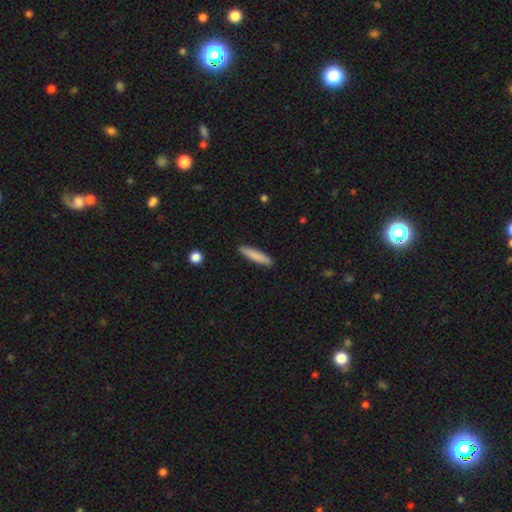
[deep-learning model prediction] The model was most divided on "smooth or featured": smooth: 84%, featured or disk: 10%, star or artifact: 6%. More confident: merging — none (91%); how rounded — cigar-shaped (87%).